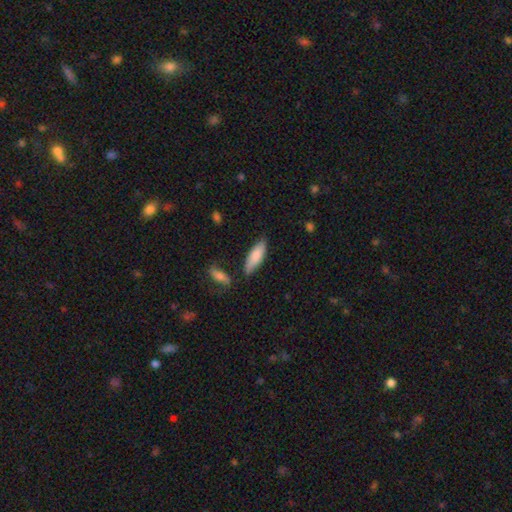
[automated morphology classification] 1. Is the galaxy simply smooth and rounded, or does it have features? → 82% smooth, 13% featured or disk, 6% star or artifact.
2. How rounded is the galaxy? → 60% in between, 38% cigar-shaped, 2% round.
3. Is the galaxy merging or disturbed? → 70% none, 20% minor disturbance, 6% merger, 4% major disturbance.